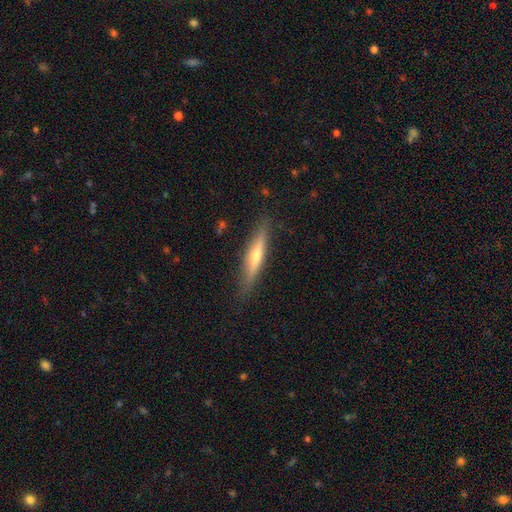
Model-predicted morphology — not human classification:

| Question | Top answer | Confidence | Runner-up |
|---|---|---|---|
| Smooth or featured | featured or disk | 58% | smooth (36%) |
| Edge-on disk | yes | 94% | no (6%) |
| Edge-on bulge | rounded | 76% | none (16%) |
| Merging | none | 86% | minor disturbance (11%) |